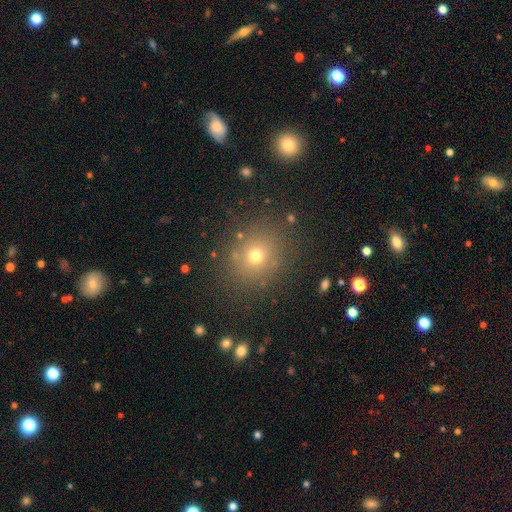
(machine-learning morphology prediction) Smooth or featured? Predicted: smooth (p=0.69). How rounded? Predicted: round (p=0.81). Merging? Predicted: none (p=0.85).